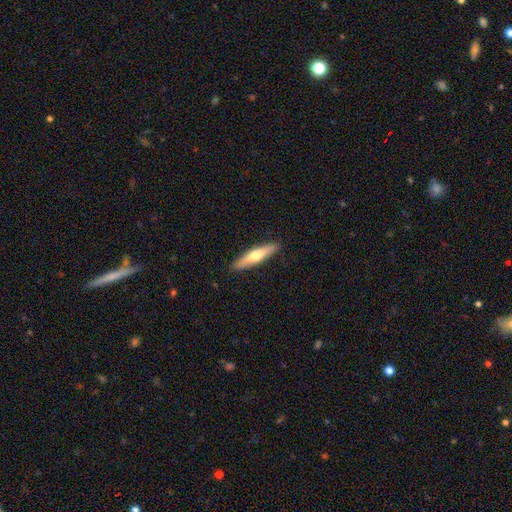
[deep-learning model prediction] This appears to be a smooth galaxy with no disk features (56%) that is cigar-shaped (83%). Merging: none (90%).